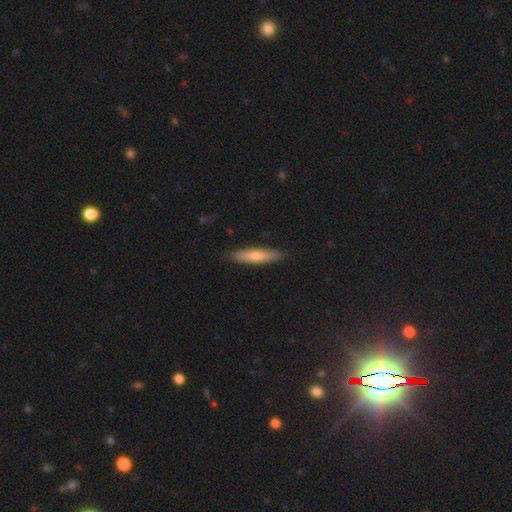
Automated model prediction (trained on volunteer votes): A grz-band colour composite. It shows a smooth galaxy with no disk features (67%) that is cigar-shaped (81%). Merging: none (88%).